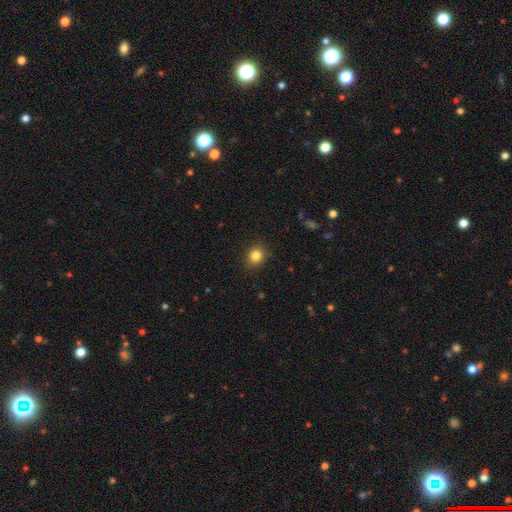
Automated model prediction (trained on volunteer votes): Smooth or featured: smooth — 84% (star or artifact — 11%)
How rounded: round — 74% (in between — 25%)
Merging: none — 89% (minor disturbance — 8%)